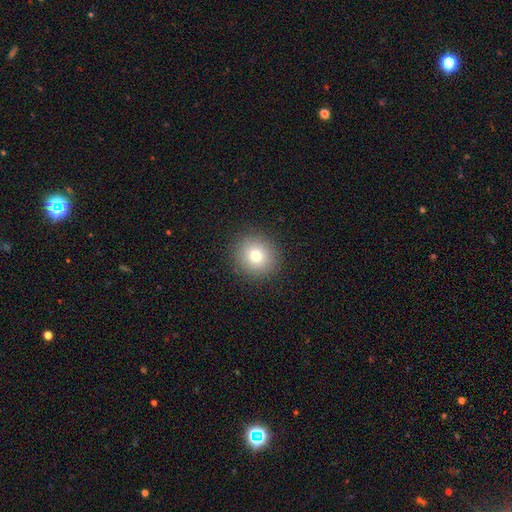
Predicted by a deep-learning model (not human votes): Q: Smooth or featured?
A: smooth (79%); runner-up: star or artifact (12%)
Q: How rounded?
A: round (89%); runner-up: in between (11%)
Q: Merging?
A: none (90%); runner-up: minor disturbance (6%)